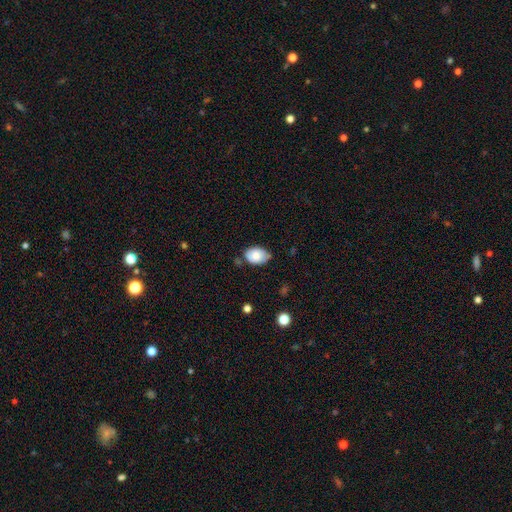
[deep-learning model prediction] smooth_or_featured: smooth (p=0.77) [alt: featured or disk p=0.16]
how_rounded: in between (p=0.82) [alt: round p=0.17]
merging: none (p=0.64) [alt: minor disturbance p=0.28]